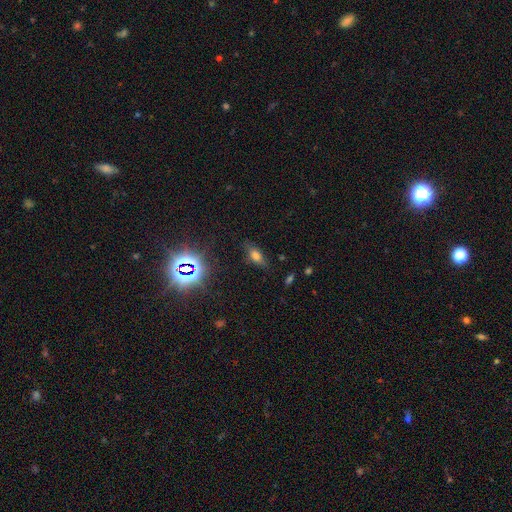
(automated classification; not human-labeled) smooth-or-featured: smooth: 65% | star or artifact: 21% | featured or disk: 14%
  how-rounded: in between: 79% | cigar-shaped: 13% | round: 7%
  merging: none: 77% | minor disturbance: 16% | major disturbance: 5% | merger: 2%